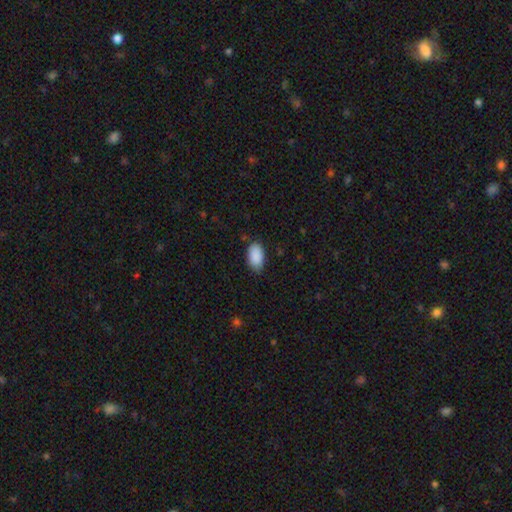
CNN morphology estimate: This appears to be a smooth galaxy with no disk features (90%) that is in between round and cigar-shaped (94%). Merging: none (79%).